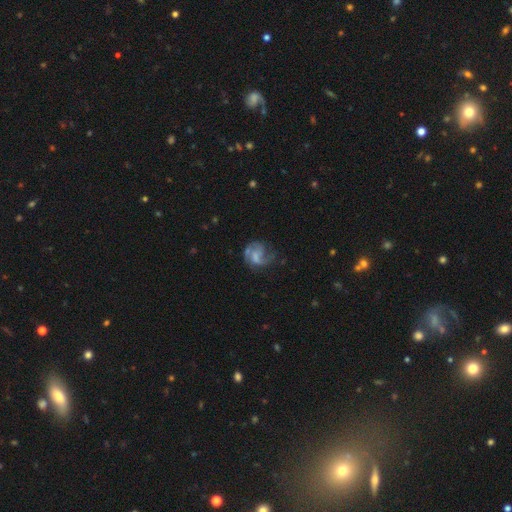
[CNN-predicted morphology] A featured or disk galaxy (67%) with no bar (54%), 2 (49%) medium (45%) spiral arms (83%) and no central bulge (44%). Merging: none (48%).